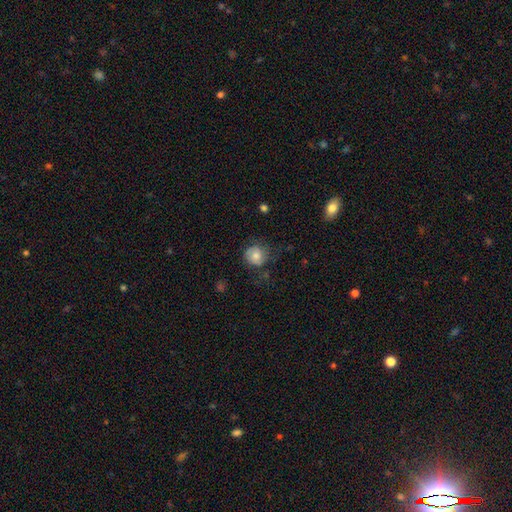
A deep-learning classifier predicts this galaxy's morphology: A smooth galaxy with no disk features (69%) that is round (83%). Merging: none (59%).